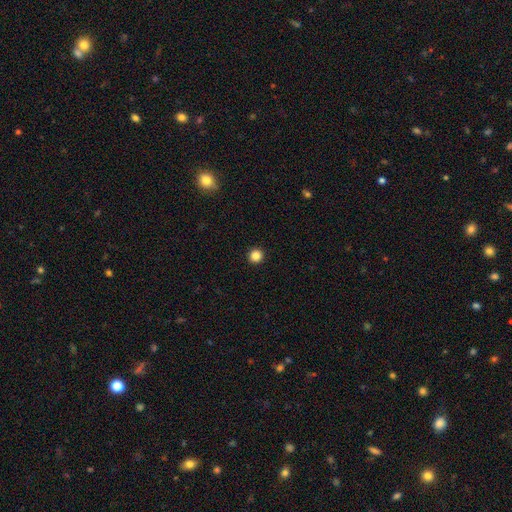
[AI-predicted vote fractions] This is clearly a smooth galaxy (86%). How rounded: clearly round (95%). Merging: clearly none (94%).